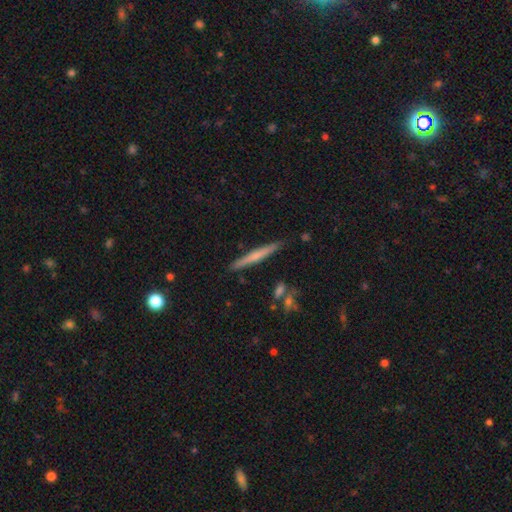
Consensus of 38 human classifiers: Smooth or featured? 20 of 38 (53%) said featured or disk. Edge-on disk? 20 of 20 (100%) said yes. Edge-on bulge? 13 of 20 (65%) said rounded. Merging? 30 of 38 (79%) said none.